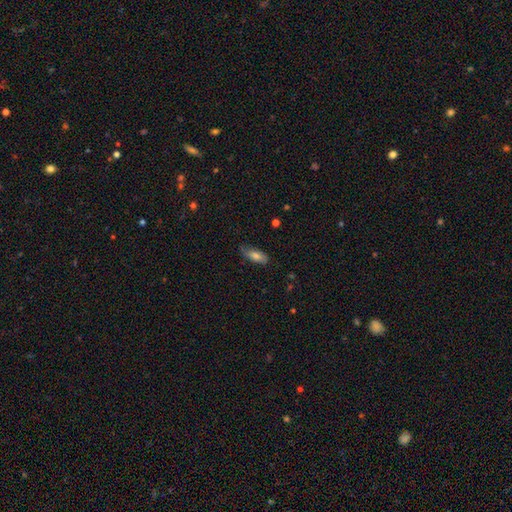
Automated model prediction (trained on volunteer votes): smooth-or-featured: smooth: 73% | featured or disk: 20% | star or artifact: 7%
  how-rounded: in between: 75% | cigar-shaped: 23% | round: 3%
  merging: none: 72% | minor disturbance: 23% | major disturbance: 4% | merger: 1%